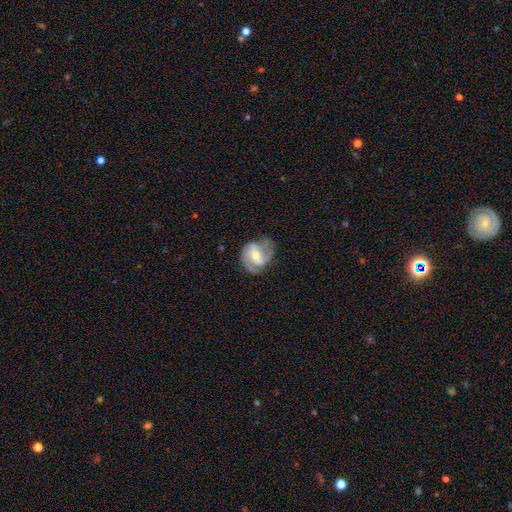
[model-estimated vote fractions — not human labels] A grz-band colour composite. It shows a featured or disk galaxy (83%) with a weak bar (45%), 2 (60%) medium (50%) spiral arms (95%) and a moderate central bulge (52%). Merging: none (67%).